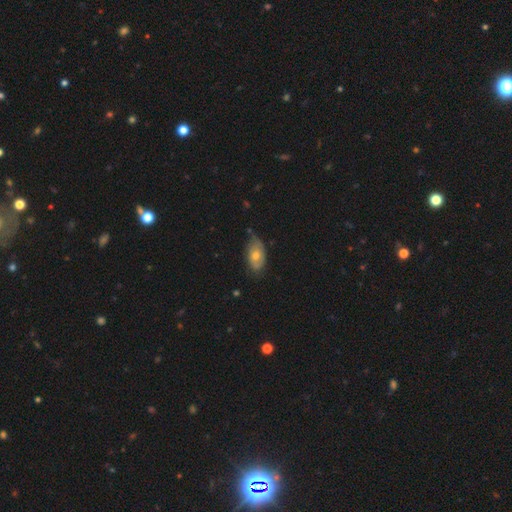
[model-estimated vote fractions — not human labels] Smooth or featured: smooth — 59% (featured or disk — 33%)
How rounded: in between — 90% (round — 7%)
Merging: none — 59% (minor disturbance — 33%)